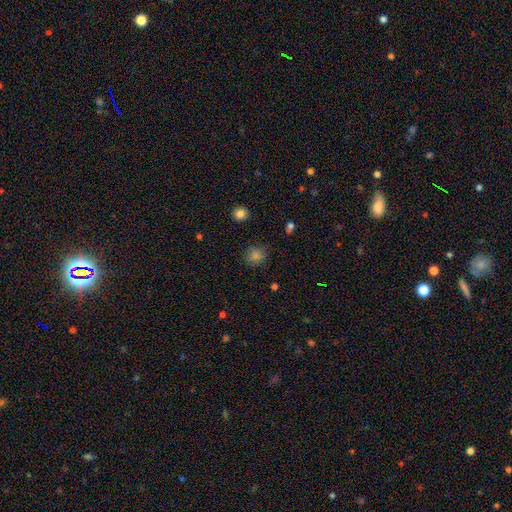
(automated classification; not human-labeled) Smooth or featured: smooth — 75% (star or artifact — 18%)
How rounded: round — 87% (in between — 12%)
Merging: none — 86% (minor disturbance — 10%)